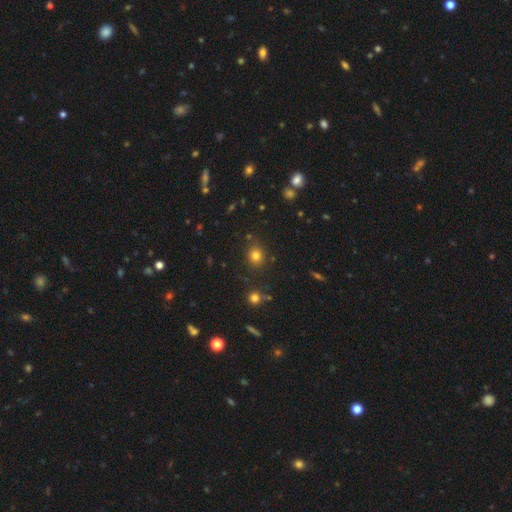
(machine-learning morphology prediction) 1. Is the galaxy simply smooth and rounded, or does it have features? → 77% smooth, 16% star or artifact, 7% featured or disk.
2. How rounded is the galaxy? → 77% round, 22% in between, 1% cigar-shaped.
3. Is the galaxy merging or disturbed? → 82% none, 11% minor disturbance, 4% merger, 3% major disturbance.